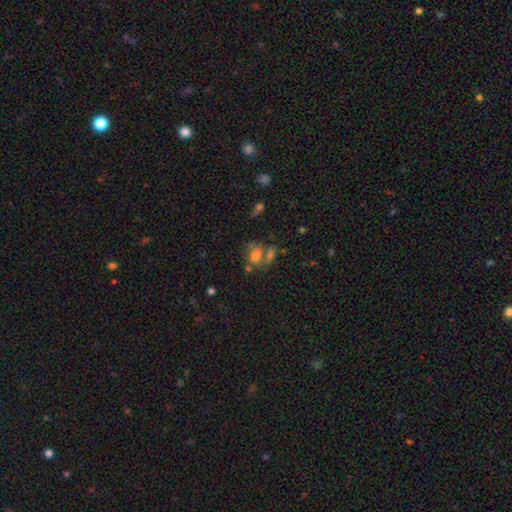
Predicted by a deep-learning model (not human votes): Smooth or featured? Predicted: smooth (p=0.57). How rounded? Predicted: in between (p=0.56). Merging? Predicted: merger (p=0.38).